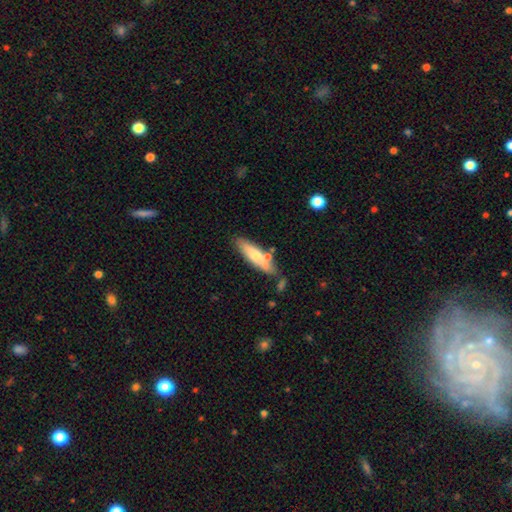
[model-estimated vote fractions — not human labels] This appears to be a smooth galaxy with no disk features (62%) that is cigar-shaped (67%). Merging: none (67%).